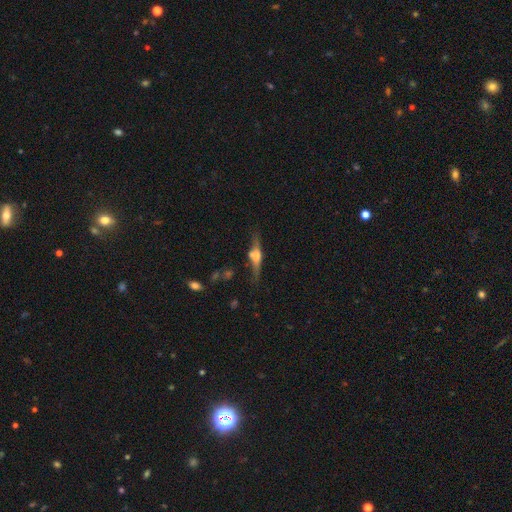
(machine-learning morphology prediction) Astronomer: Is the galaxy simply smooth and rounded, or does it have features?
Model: featured or disk — 68%.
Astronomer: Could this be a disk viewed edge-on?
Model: yes — 95%.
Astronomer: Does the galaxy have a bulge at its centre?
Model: rounded — 86%.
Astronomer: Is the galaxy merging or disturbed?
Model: none — 74%.